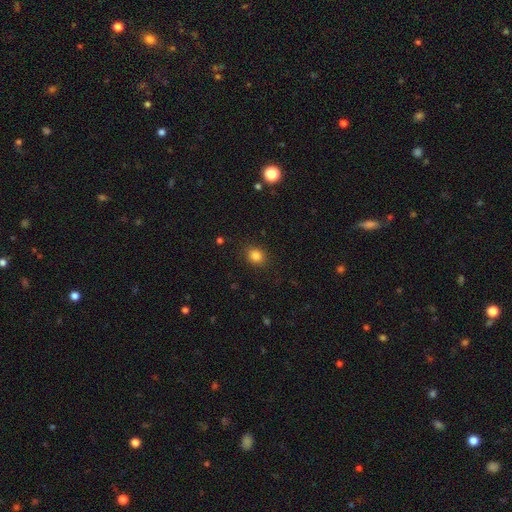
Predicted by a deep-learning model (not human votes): Smooth or featured? smooth (84%)
How rounded? round (67%)
Merging? none (87%)